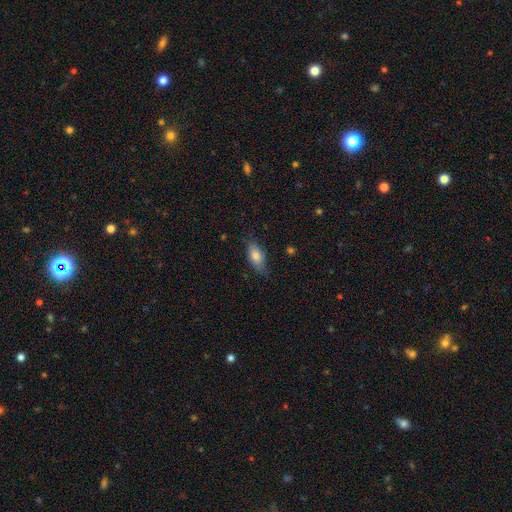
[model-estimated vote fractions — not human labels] Smooth or featured? smooth (77%)
How rounded? in between (88%)
Merging? none (71%)